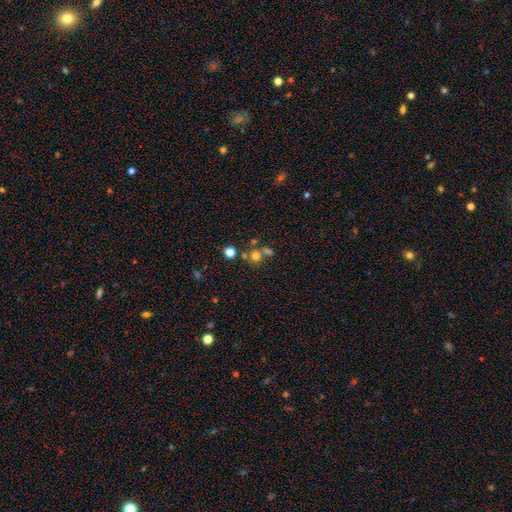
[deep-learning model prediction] Smooth or featured? Predicted: smooth (p=0.68). How rounded? Predicted: round (p=0.84). Merging? Predicted: none (p=0.52).